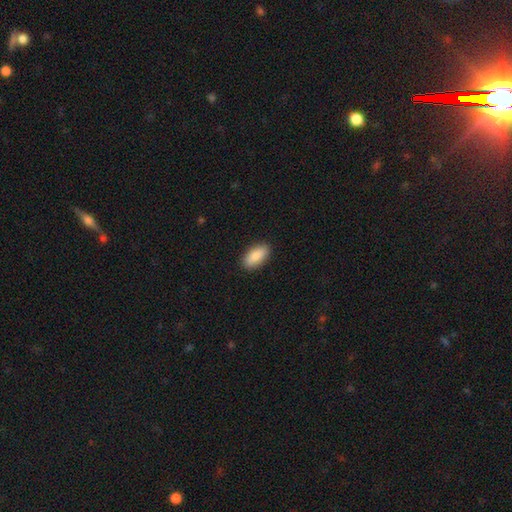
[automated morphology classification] Q: Smooth or featured?
A: smooth (87%); runner-up: featured or disk (7%)
Q: How rounded?
A: in between (91%); runner-up: cigar-shaped (6%)
Q: Merging?
A: none (89%); runner-up: minor disturbance (8%)